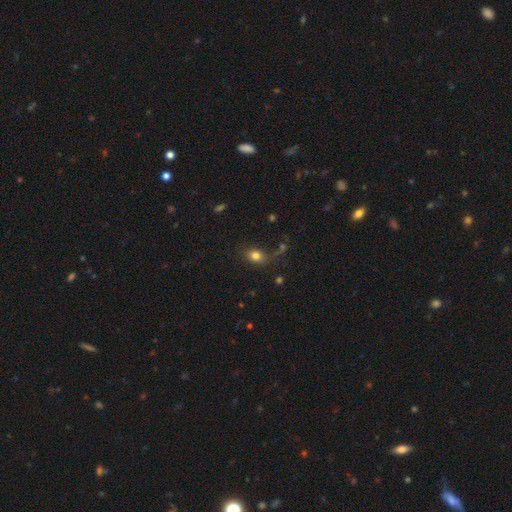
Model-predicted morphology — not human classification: The model was most divided on "how rounded": in between: 60%, round: 38%, cigar-shaped: 2%. More confident: smooth or featured — smooth (80%); merging — none (67%).